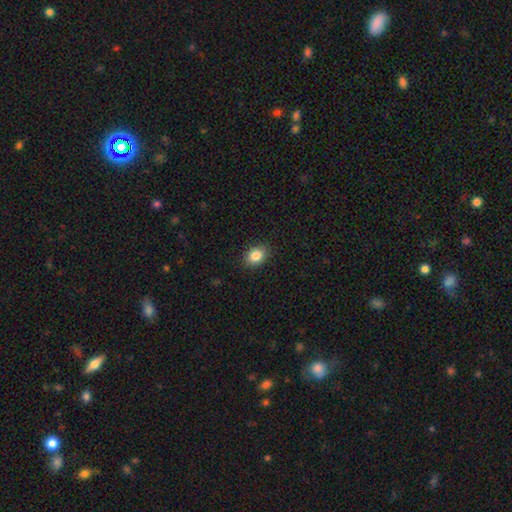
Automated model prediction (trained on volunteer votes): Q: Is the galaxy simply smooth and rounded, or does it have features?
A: smooth — 85%.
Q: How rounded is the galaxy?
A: in between — 65%.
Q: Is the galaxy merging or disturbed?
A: none — 87%.